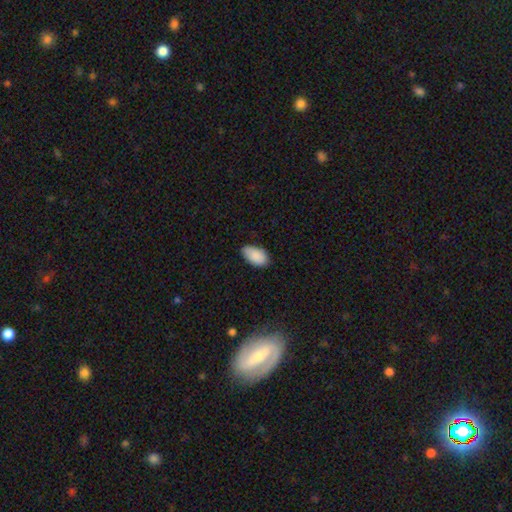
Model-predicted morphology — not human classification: This is clearly a smooth galaxy (90%). How rounded: clearly in between (95%). Merging: likely none (79%).